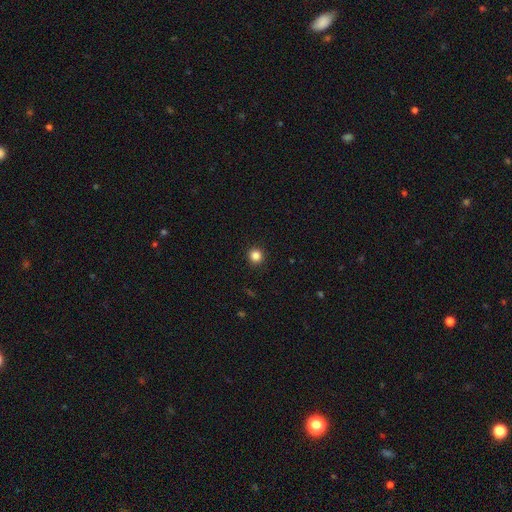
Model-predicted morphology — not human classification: Q: Smooth or featured?
A: smooth (85%); runner-up: star or artifact (12%)
Q: How rounded?
A: round (94%); runner-up: in between (5%)
Q: Merging?
A: none (93%); runner-up: minor disturbance (5%)